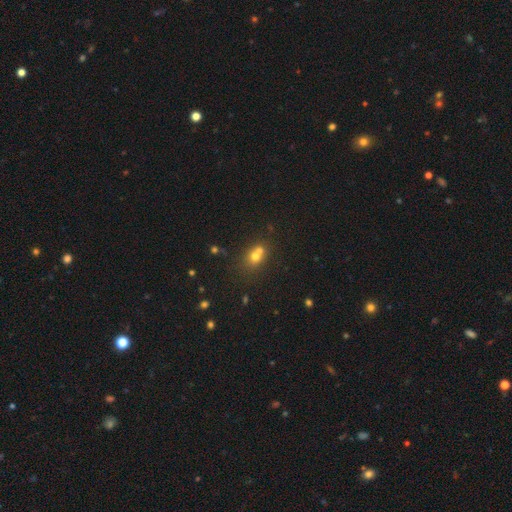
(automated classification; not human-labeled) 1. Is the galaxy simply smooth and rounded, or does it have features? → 64% smooth, 20% star or artifact, 17% featured or disk.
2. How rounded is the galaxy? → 69% round, 29% in between, 1% cigar-shaped.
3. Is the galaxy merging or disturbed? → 55% merger, 35% none, 7% minor disturbance, 3% major disturbance.